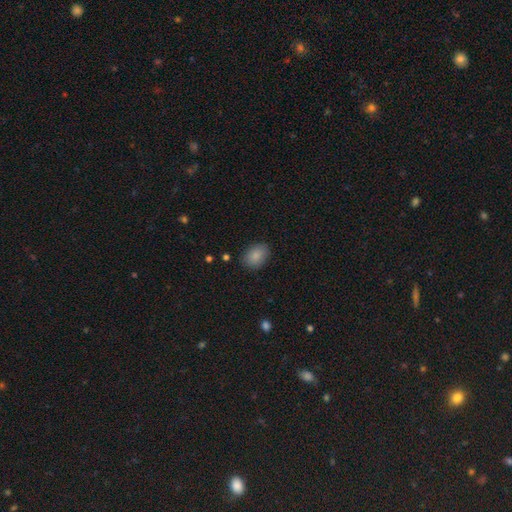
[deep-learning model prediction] A smooth galaxy with no disk features (87%) that is in between round and cigar-shaped (77%).

Vote fractions:
- Smooth or featured? smooth: 87% / star or artifact: 8% / featured or disk: 5%
- How rounded? in between: 77% / round: 22% / cigar-shaped: 1%
- Merging? none: 85% / minor disturbance: 11% / major disturbance: 3% / merger: 1%